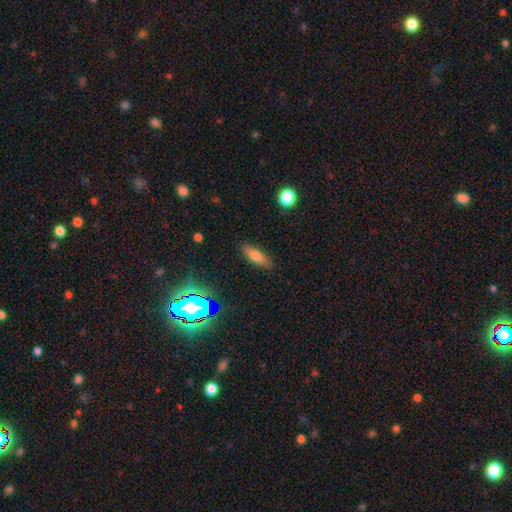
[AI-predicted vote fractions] Smooth or featured: smooth — 72% (featured or disk — 17%)
How rounded: in between — 60% (cigar-shaped — 36%)
Merging: none — 86% (minor disturbance — 10%)